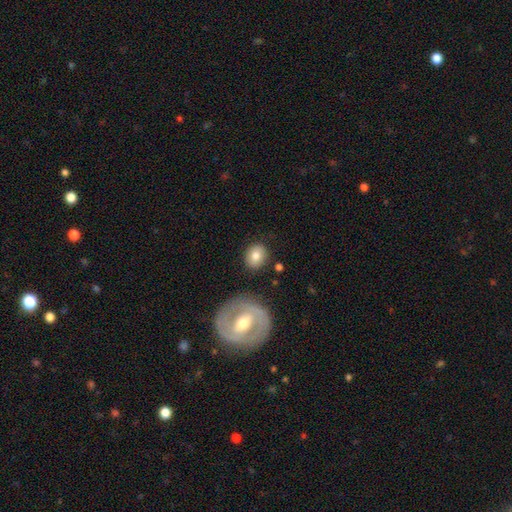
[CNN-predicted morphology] Smooth or featured: smooth — 77% (featured or disk — 15%)
How rounded: round — 66% (in between — 33%)
Merging: none — 82% (minor disturbance — 11%)